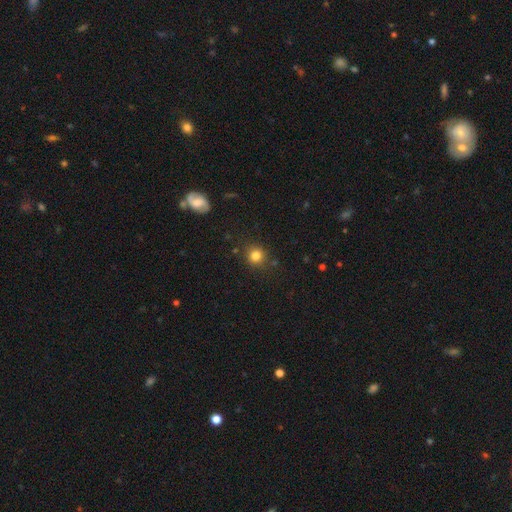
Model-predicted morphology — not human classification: This is clearly a smooth galaxy (81%). How rounded: clearly round (89%). Merging: clearly none (84%).